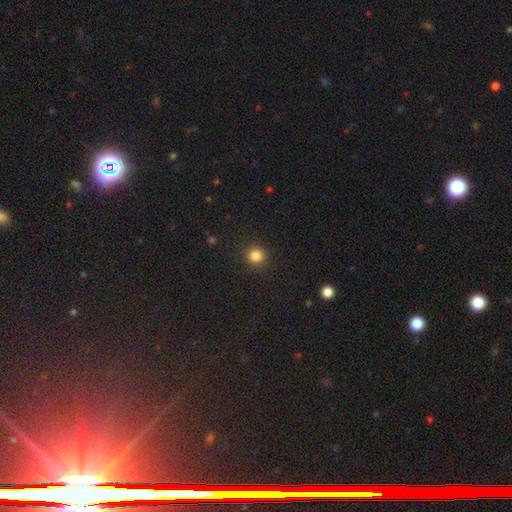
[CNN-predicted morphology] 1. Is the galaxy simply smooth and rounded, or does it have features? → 84% smooth, 12% star or artifact, 4% featured or disk.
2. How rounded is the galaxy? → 93% round, 6% in between, 1% cigar-shaped.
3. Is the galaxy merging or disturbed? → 91% none, 6% minor disturbance, 2% major disturbance, 1% merger.